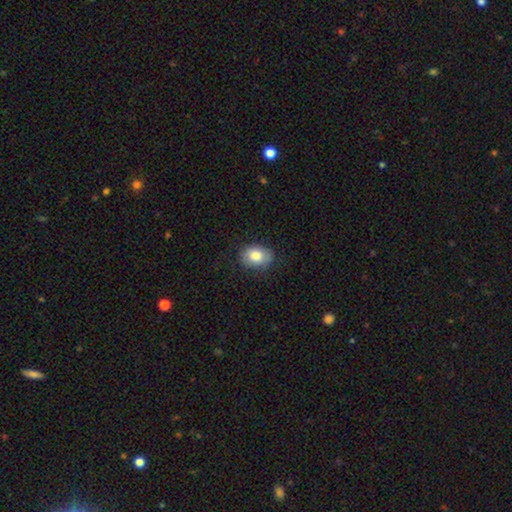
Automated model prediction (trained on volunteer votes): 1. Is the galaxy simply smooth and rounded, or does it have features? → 82% smooth, 11% featured or disk, 7% star or artifact.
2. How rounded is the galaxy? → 74% in between, 25% round, 1% cigar-shaped.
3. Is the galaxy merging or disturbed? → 82% none, 13% minor disturbance, 3% major disturbance, 1% merger.